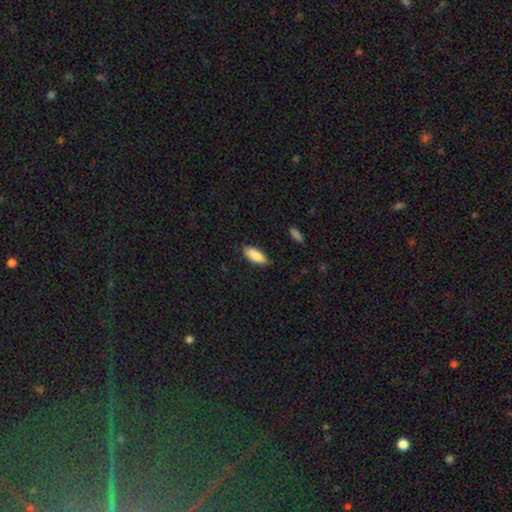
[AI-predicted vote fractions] Smooth or featured?
  - smooth: 87% *
  - featured or disk: 7%
  - star or artifact: 6%
How rounded?
  - in between: 83% *
  - cigar-shaped: 15%
  - round: 2%
Merging?
  - none: 83% *
  - minor disturbance: 13%
  - major disturbance: 2%
  - merger: 1%